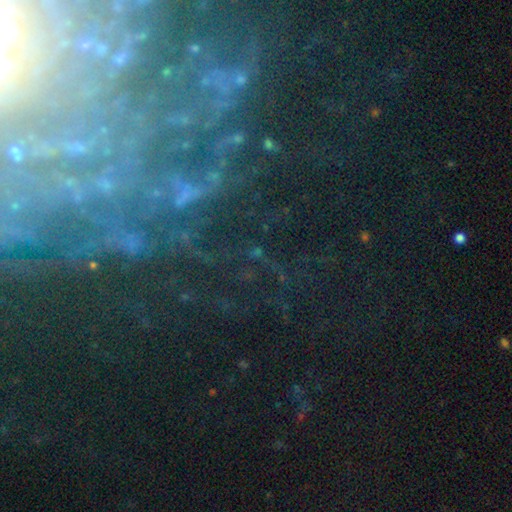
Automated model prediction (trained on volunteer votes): A star or artifact, not a galaxy (47%).